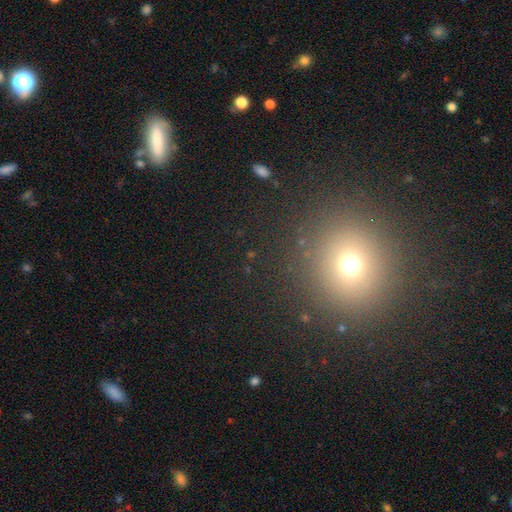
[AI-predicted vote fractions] Overall: smooth (57%; star or artifact 32%). How rounded: round (89%). Merging: none (89%).